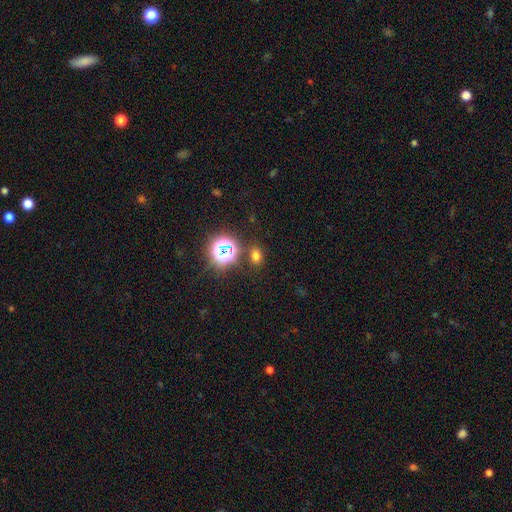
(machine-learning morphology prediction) Smooth or featured?
  - smooth: 65% *
  - star or artifact: 29%
  - featured or disk: 7%
How rounded?
  - in between: 62% *
  - round: 37%
  - cigar-shaped: 1%
Merging?
  - none: 82% *
  - minor disturbance: 9%
  - merger: 6%
  - major disturbance: 3%